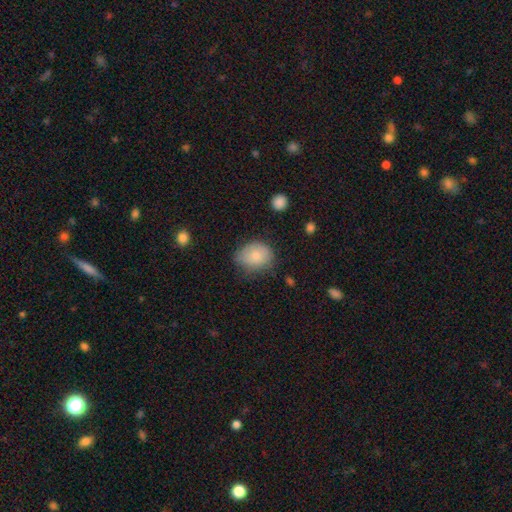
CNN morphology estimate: This appears to be a smooth galaxy with no disk features (78%) that is round (50%). Merging: none (62%).